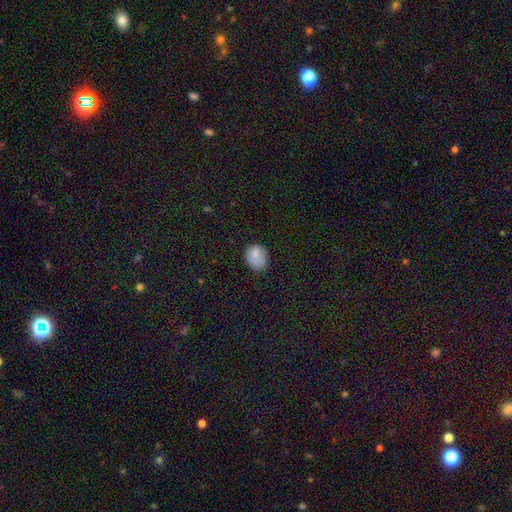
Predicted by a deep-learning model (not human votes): Smooth or featured? Predicted: smooth (p=0.81). How rounded? Predicted: round (p=0.51). Merging? Predicted: none (p=0.68).